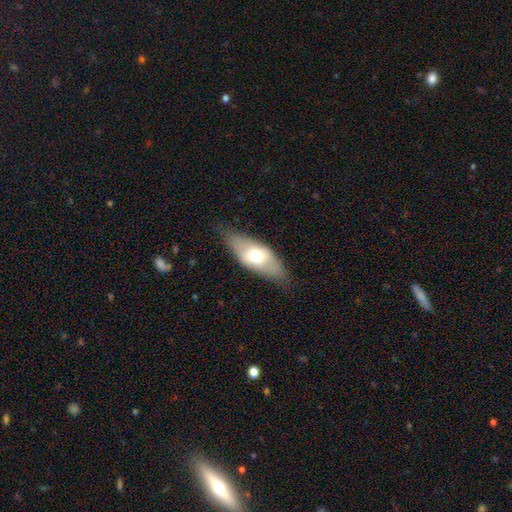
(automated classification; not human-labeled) A smooth galaxy with no disk features (60%) that is in between round and cigar-shaped (81%). Merging: none (76%).